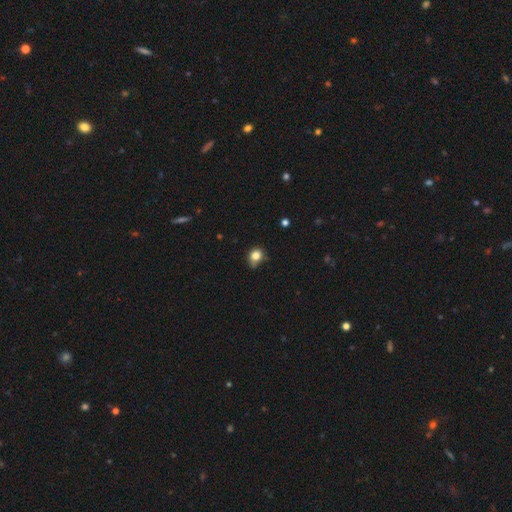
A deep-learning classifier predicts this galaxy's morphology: Q: Smooth or featured?
A: smooth (80%); runner-up: star or artifact (12%)
Q: How rounded?
A: round (66%); runner-up: in between (33%)
Q: Merging?
A: none (53%); runner-up: minor disturbance (35%)